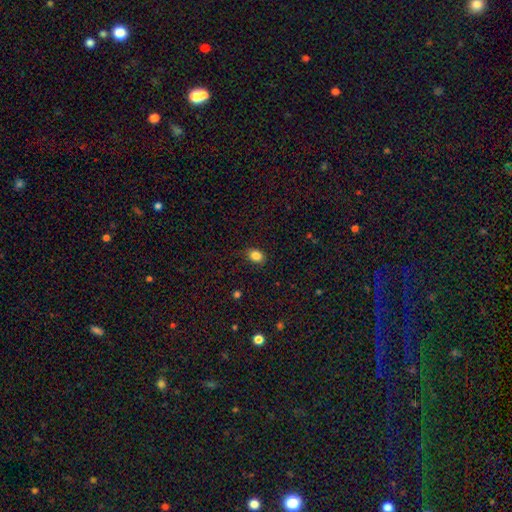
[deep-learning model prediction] Overall: smooth (85%). How rounded: in between (56%; round 43%). Merging: none (83%).